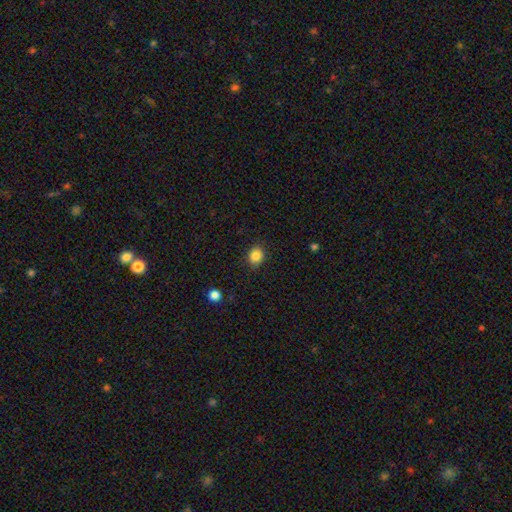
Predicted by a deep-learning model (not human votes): Q: Smooth or featured?
A: smooth (85%); runner-up: star or artifact (10%)
Q: How rounded?
A: round (58%); runner-up: in between (41%)
Q: Merging?
A: none (87%); runner-up: minor disturbance (10%)